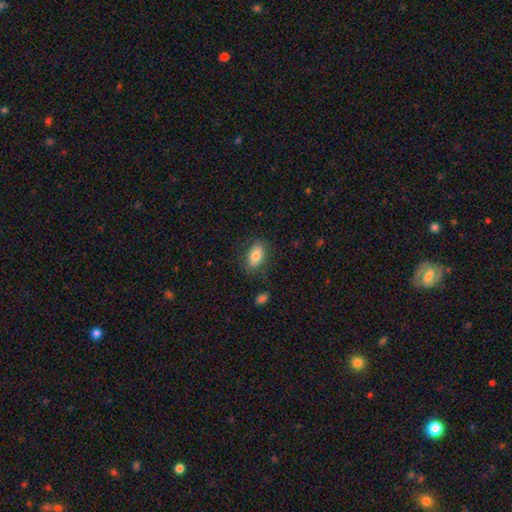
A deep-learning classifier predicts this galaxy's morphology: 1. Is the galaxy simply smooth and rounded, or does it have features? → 79% smooth, 13% featured or disk, 8% star or artifact.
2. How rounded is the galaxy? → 90% in between, 6% round, 3% cigar-shaped.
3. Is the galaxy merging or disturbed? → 80% none, 14% minor disturbance, 4% major disturbance, 2% merger.